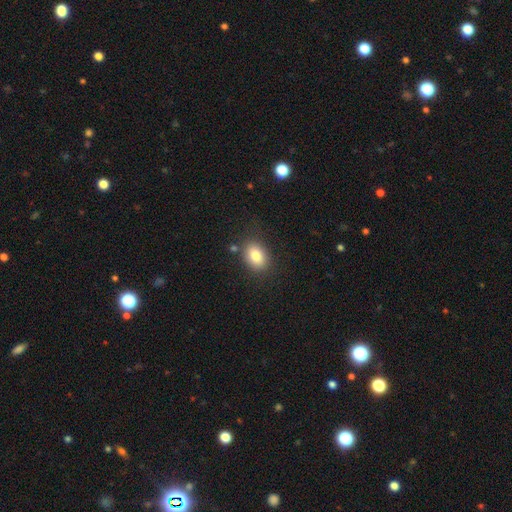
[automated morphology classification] Smooth or featured: smooth — 82% (featured or disk — 9%)
How rounded: in between — 72% (round — 27%)
Merging: none — 79% (minor disturbance — 13%)